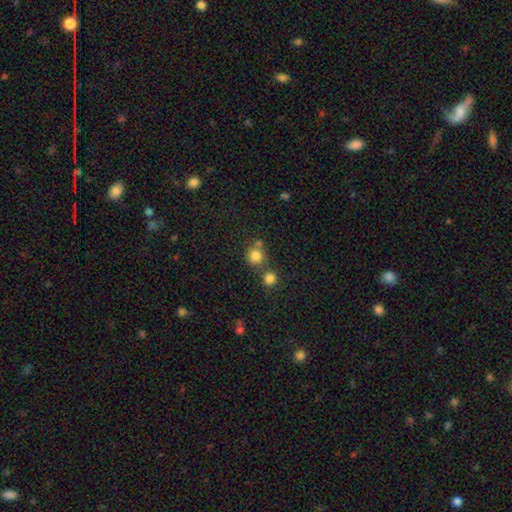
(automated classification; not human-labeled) A smooth galaxy with no disk features (80%) that is round (90%).

Vote fractions:
- Smooth or featured? smooth: 80% / star or artifact: 14% / featured or disk: 7%
- How rounded? round: 90% / in between: 9% / cigar-shaped: 1%
- Merging? none: 63% / merger: 25% / minor disturbance: 8% / major disturbance: 3%